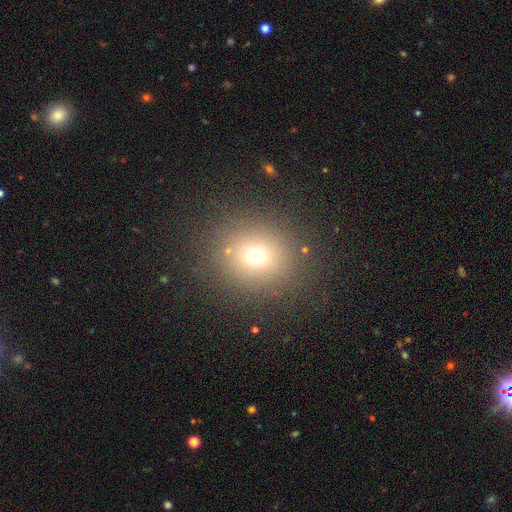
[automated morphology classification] Q: Smooth or featured?
A: smooth (69%); runner-up: star or artifact (21%)
Q: How rounded?
A: round (81%); runner-up: in between (18%)
Q: Merging?
A: none (85%); runner-up: minor disturbance (8%)